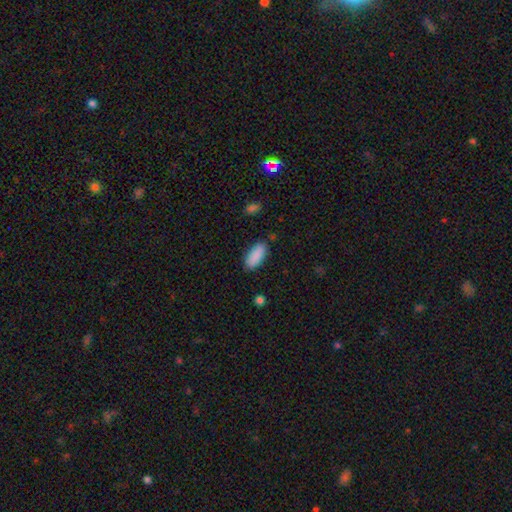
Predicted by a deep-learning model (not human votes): A smooth galaxy with no disk features (90%) that is in between round and cigar-shaped (86%).

Vote fractions:
- Smooth or featured? smooth: 90% / star or artifact: 6% / featured or disk: 4%
- How rounded? in between: 86% / cigar-shaped: 12% / round: 2%
- Merging? none: 85% / minor disturbance: 11% / major disturbance: 2% / merger: 2%